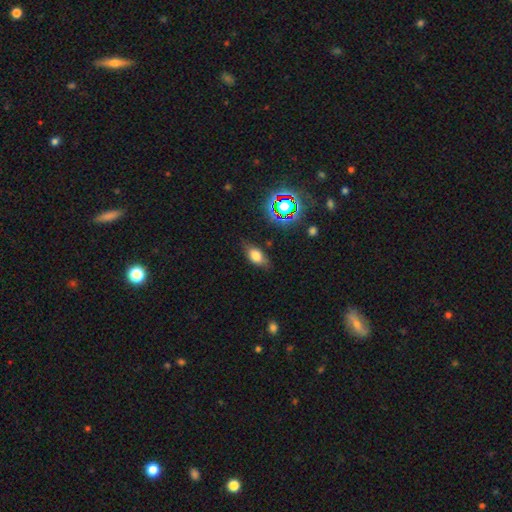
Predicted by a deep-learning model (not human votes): The model was most divided on "smooth or featured": smooth: 67%, featured or disk: 21%, star or artifact: 13%. More confident: how rounded — in between (82%); merging — none (74%).